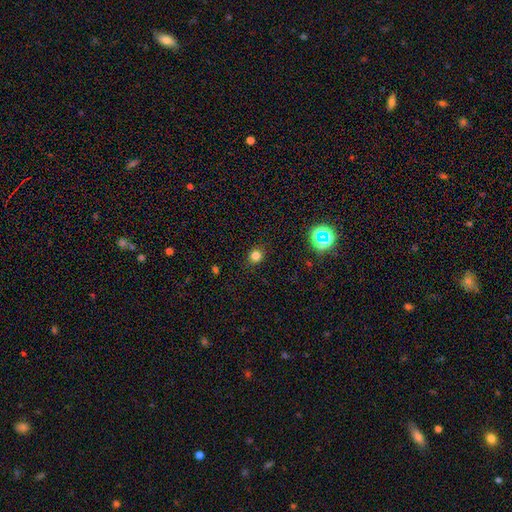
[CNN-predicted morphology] Q: Smooth or featured?
A: smooth (79%); runner-up: star or artifact (16%)
Q: How rounded?
A: round (83%); runner-up: in between (16%)
Q: Merging?
A: none (88%); runner-up: minor disturbance (8%)